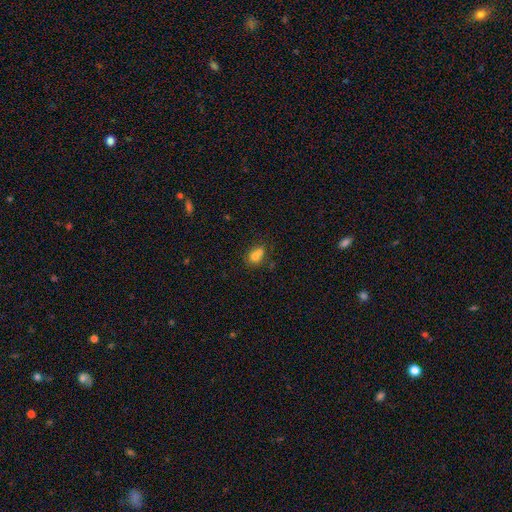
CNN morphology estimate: Smooth or featured? smooth (69%)
How rounded? round (67%)
Merging? merger (54%)